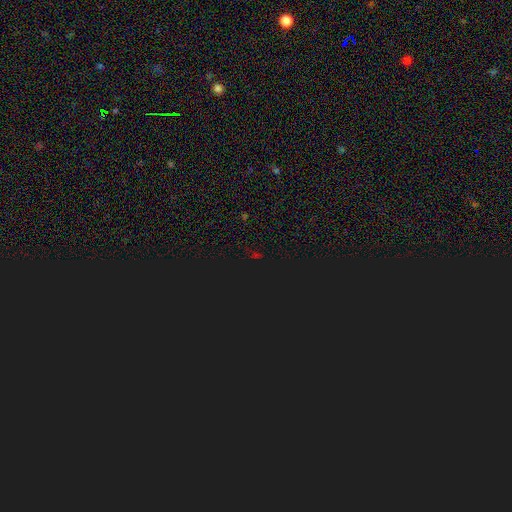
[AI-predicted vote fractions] This appears to be a star or artifact, not a galaxy (74%).